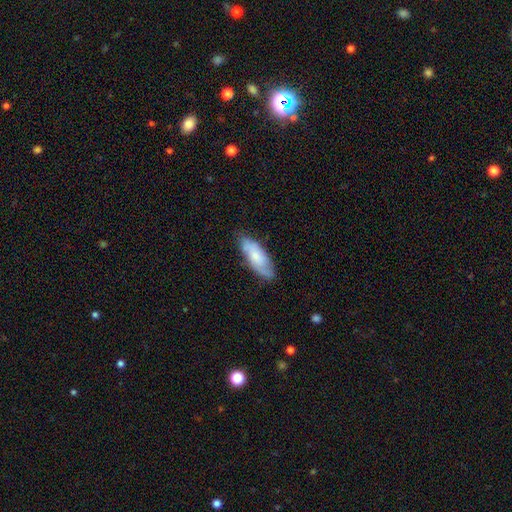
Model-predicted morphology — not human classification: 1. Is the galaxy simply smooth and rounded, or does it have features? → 54% smooth, 39% featured or disk, 6% star or artifact.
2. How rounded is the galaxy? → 71% in between, 27% cigar-shaped, 2% round.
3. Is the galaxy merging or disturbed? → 75% none, 19% minor disturbance, 4% major disturbance, 1% merger.